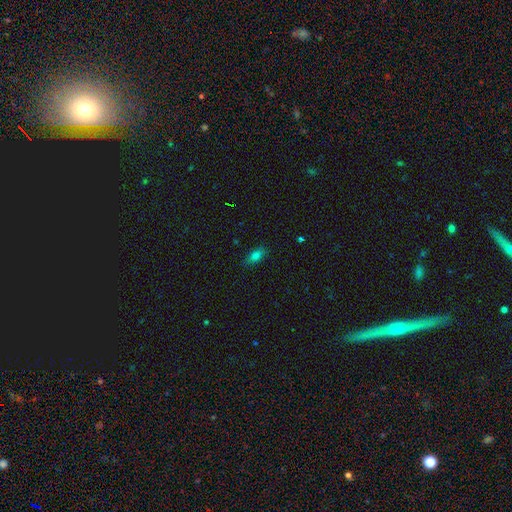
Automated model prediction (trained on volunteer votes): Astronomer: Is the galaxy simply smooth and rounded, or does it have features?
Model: smooth — 75%.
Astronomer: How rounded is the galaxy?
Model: in between — 80%.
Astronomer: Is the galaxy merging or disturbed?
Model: none — 84%.